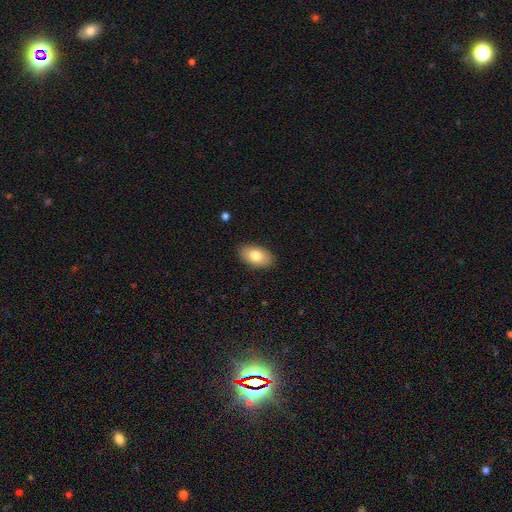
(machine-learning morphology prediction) Smooth or featured: smooth — 80% (featured or disk — 14%)
How rounded: in between — 93% (round — 5%)
Merging: none — 88% (minor disturbance — 9%)